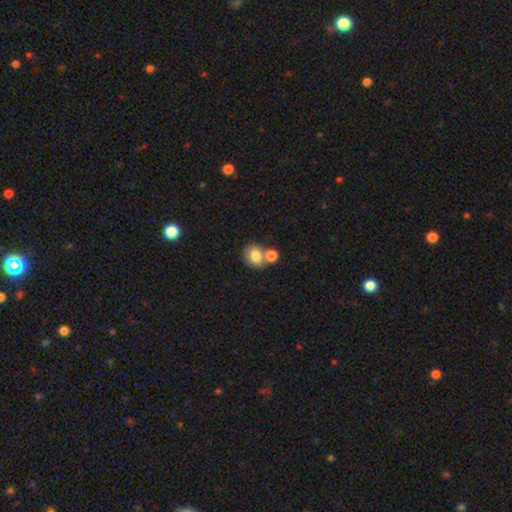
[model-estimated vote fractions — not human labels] Morphology: type=smooth (81%); roundness=round (61%); merging=none (47%).